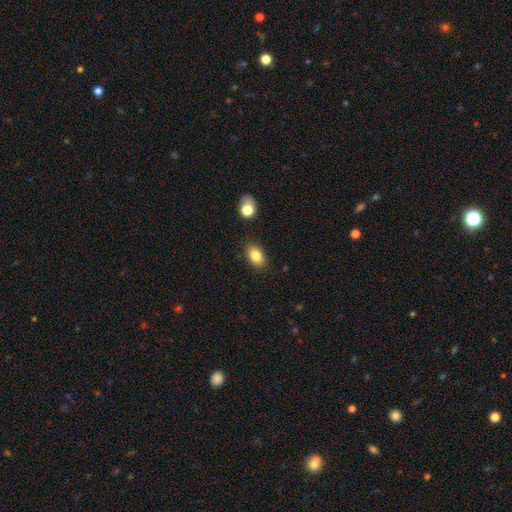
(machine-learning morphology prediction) The model was most divided on "merging": none: 84%, minor disturbance: 10%, merger: 3%, major disturbance: 3%. More confident: how rounded — in between (87%); smooth or featured — smooth (83%).